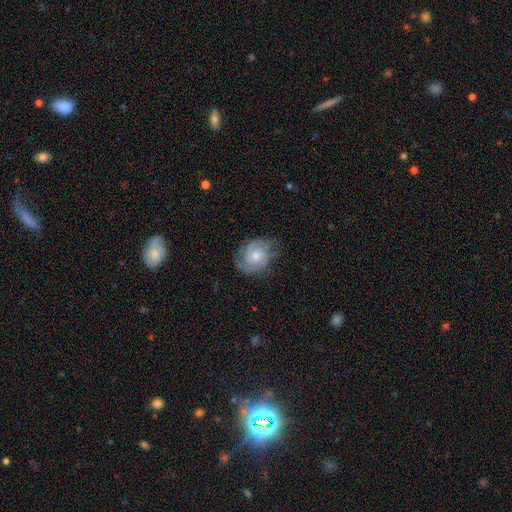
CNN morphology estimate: The model was most divided on "spiral winding": tight: 53%, medium: 36%, loose: 11%. Remaining: edge-on disk — no (97%); spiral arms — yes (88%); bar — no (72%); smooth or featured — featured or disk (67%); merging — none (66%); bulge size — moderate (58%); spiral arm count — 2 (46%).